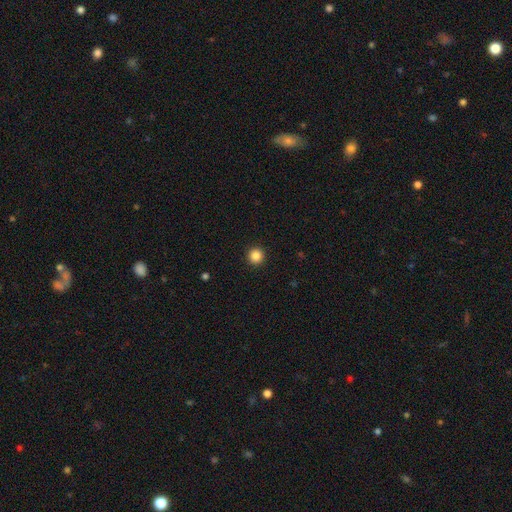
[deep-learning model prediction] This appears to be a smooth galaxy with no disk features (86%) that is round (96%). Merging: none (93%).